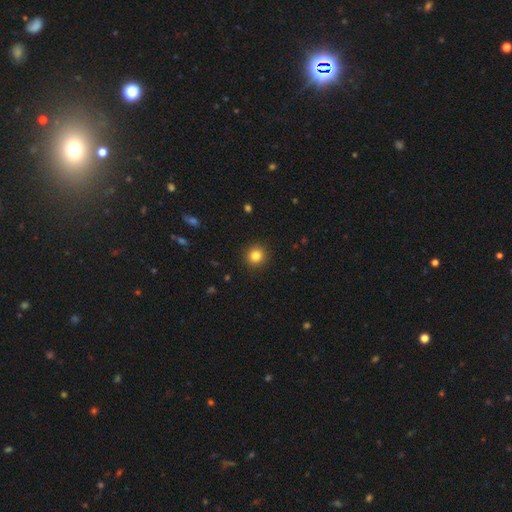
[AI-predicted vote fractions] Smooth or featured: smooth — 84% (star or artifact — 11%)
How rounded: round — 93% (in between — 6%)
Merging: none — 91% (minor disturbance — 6%)